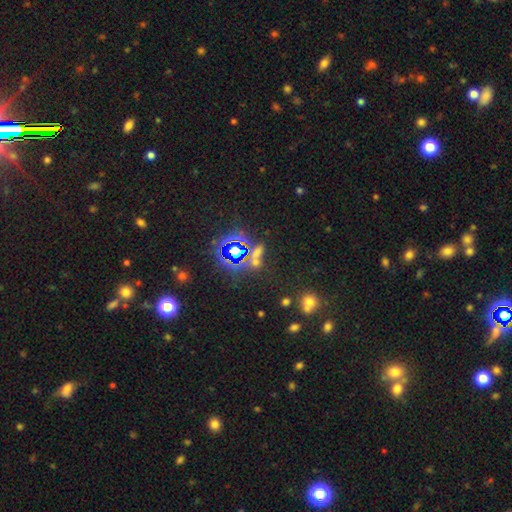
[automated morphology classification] type=star or artifact (61%).